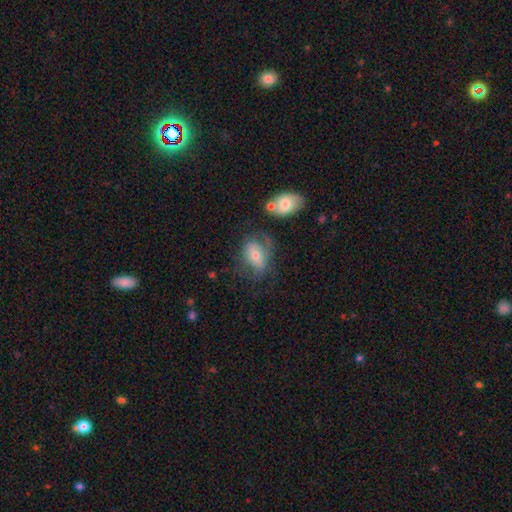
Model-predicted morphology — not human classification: smooth-or-featured: smooth: 55% | featured or disk: 36% | star or artifact: 9%
  how-rounded: in between: 78% | round: 20% | cigar-shaped: 2%
  merging: none: 43% | minor disturbance: 25% | major disturbance: 23% | merger: 8%